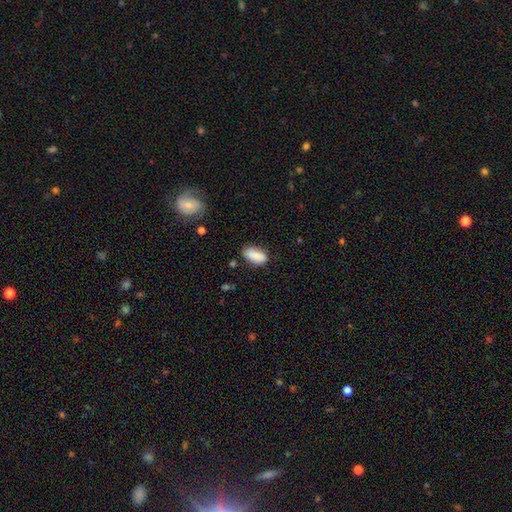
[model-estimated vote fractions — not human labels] Q: Smooth or featured?
A: smooth (86%); runner-up: featured or disk (7%)
Q: How rounded?
A: in between (91%); runner-up: cigar-shaped (6%)
Q: Merging?
A: none (71%); runner-up: minor disturbance (21%)